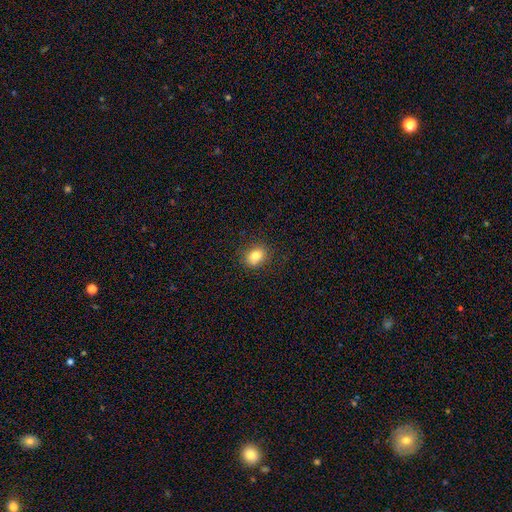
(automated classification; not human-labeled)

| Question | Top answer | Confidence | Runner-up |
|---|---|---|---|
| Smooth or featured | smooth | 81% | star or artifact (10%) |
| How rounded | in between | 56% | round (42%) |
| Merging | none | 85% | minor disturbance (11%) |